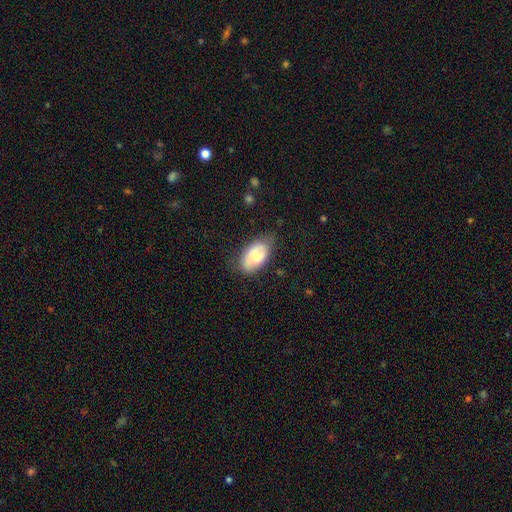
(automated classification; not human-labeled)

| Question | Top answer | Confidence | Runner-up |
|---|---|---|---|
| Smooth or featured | smooth | 61% | featured or disk (32%) |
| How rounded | in between | 93% | round (5%) |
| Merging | none | 70% | minor disturbance (23%) |